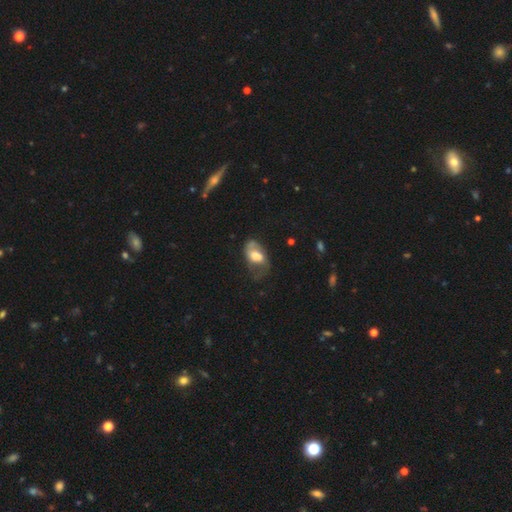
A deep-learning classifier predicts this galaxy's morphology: A featured or disk galaxy (48%). Merging: major disturbance (36%).